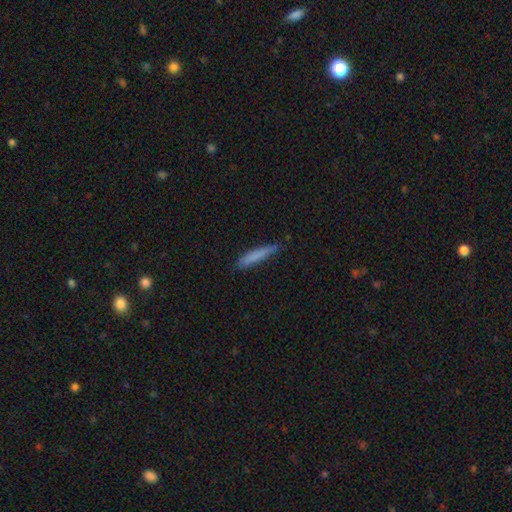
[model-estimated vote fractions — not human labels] Q: Smooth or featured?
A: smooth (79%); runner-up: featured or disk (15%)
Q: How rounded?
A: cigar-shaped (92%); runner-up: in between (7%)
Q: Merging?
A: none (79%); runner-up: minor disturbance (16%)